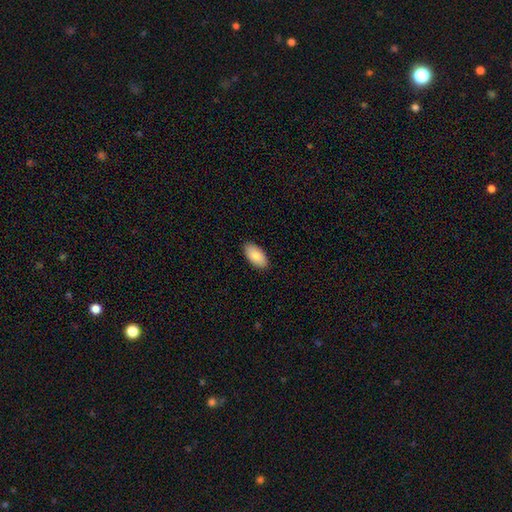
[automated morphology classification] Overall: smooth (87%). How rounded: in between (95%). Merging: none (89%).